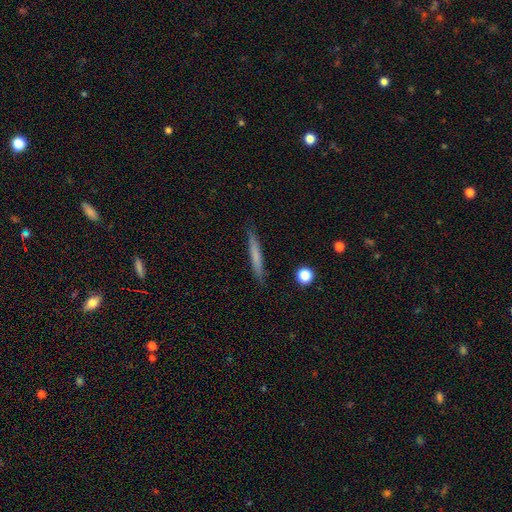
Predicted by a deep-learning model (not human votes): Smooth or featured? Predicted: smooth (p=0.66). How rounded? Predicted: cigar-shaped (p=0.95). Merging? Predicted: none (p=0.89).